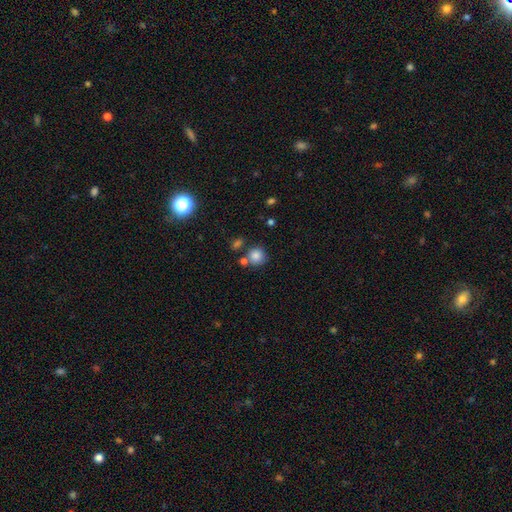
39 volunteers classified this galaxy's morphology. Smooth or featured? 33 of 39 (85%) said smooth. How rounded? 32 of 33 (97%) said round. Merging? 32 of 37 (86%) said none.